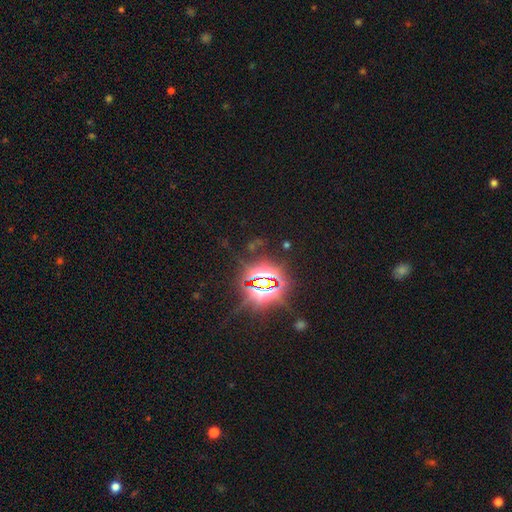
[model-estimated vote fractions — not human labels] star or artifact 84%, smooth 10%, featured or disk 5%.